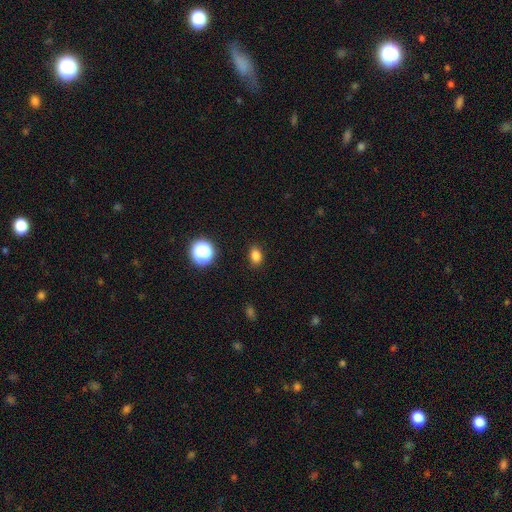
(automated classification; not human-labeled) Smooth or featured? Predicted: smooth (p=0.82). How rounded? Predicted: in between (p=0.73). Merging? Predicted: none (p=0.87).